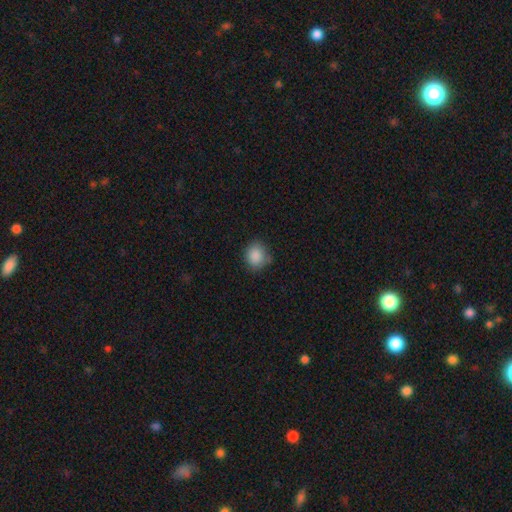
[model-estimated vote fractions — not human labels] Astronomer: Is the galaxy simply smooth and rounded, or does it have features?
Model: smooth — 87%.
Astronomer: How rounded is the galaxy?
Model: round — 75%.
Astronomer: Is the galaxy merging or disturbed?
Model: none — 74%.